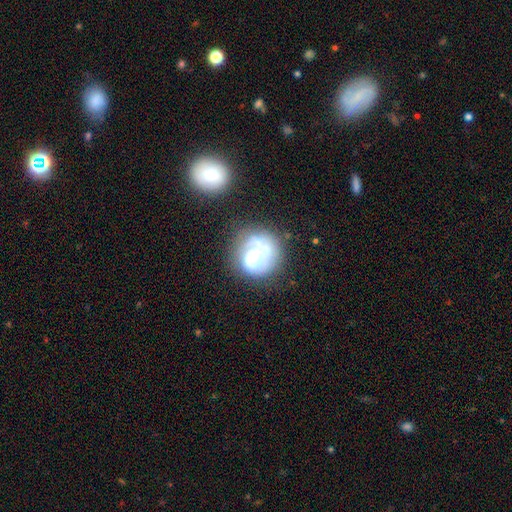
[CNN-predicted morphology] A featured or disk galaxy (47%). Merging: none (48%).